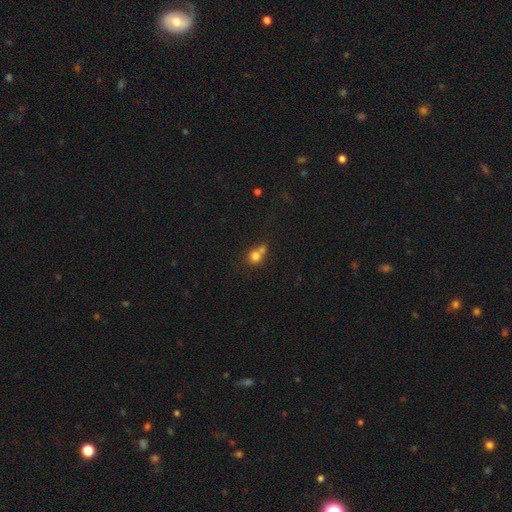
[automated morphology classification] A smooth galaxy with no disk features (76%) that is round (77%).

Vote fractions:
- Smooth or featured? smooth: 76% / star or artifact: 12% / featured or disk: 12%
- How rounded? round: 77% / in between: 21% / cigar-shaped: 1%
- Merging? merger: 50% / none: 36% / minor disturbance: 10% / major disturbance: 5%